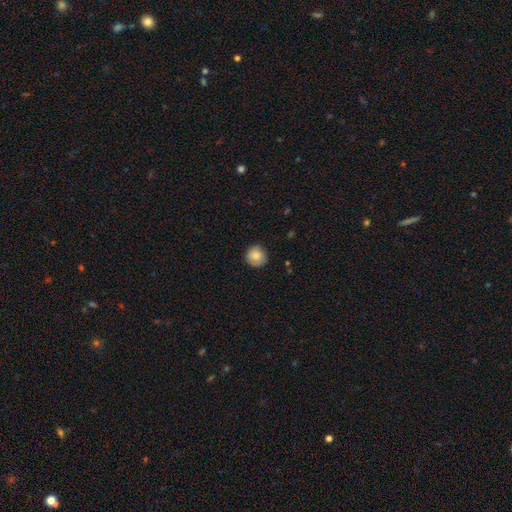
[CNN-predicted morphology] Smooth or featured? Predicted: smooth (p=0.84). How rounded? Predicted: round (p=0.93). Merging? Predicted: none (p=0.84).